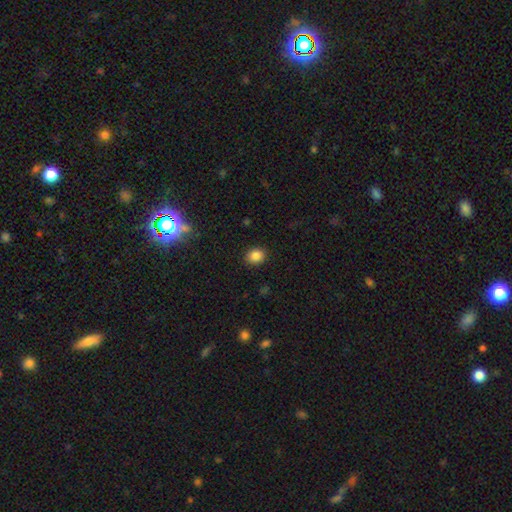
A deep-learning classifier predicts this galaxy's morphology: Q: Smooth or featured?
A: smooth (85%); runner-up: star or artifact (10%)
Q: How rounded?
A: round (57%); runner-up: in between (42%)
Q: Merging?
A: none (89%); runner-up: minor disturbance (7%)